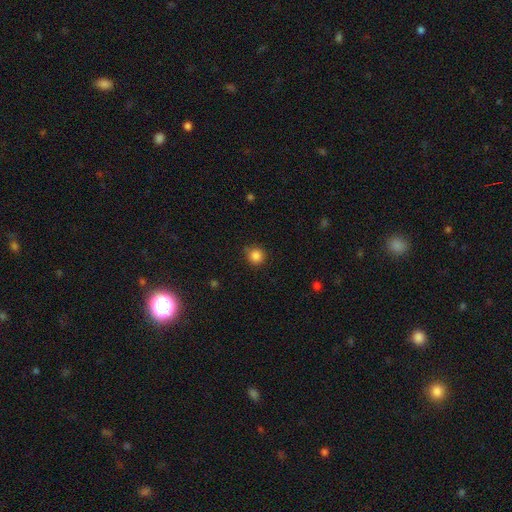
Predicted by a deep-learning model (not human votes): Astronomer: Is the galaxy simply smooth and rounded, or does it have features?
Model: smooth — 85%.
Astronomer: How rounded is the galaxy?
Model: round — 93%.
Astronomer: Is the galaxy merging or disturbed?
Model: none — 82%.